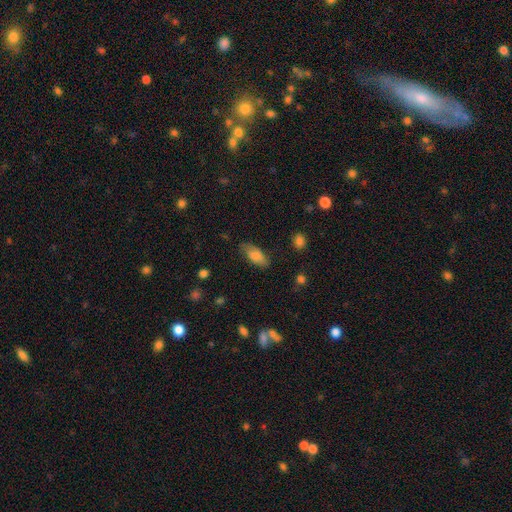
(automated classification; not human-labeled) Smooth or featured? smooth (81%)
How rounded? in between (85%)
Merging? none (72%)